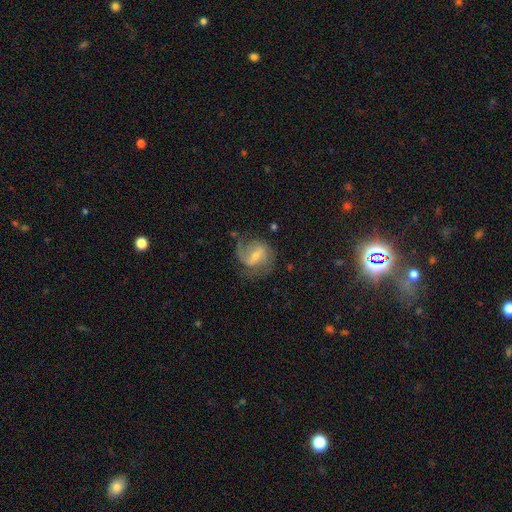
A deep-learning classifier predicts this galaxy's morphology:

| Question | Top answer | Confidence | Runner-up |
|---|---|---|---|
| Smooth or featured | featured or disk | 78% | smooth (16%) |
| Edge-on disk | no | 97% | yes (3%) |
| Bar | weak | 53% | strong (31%) |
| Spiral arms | yes | 91% | no (9%) |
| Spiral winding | medium | 48% | loose (32%) |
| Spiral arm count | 2 | 71% | 1 (15%) |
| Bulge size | small | 49% | moderate (43%) |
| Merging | none | 60% | minor disturbance (22%) |